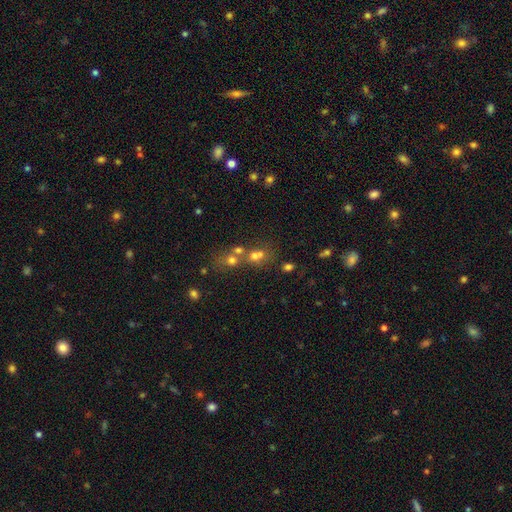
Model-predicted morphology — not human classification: smooth_or_featured: smooth (p=0.53) [alt: star or artifact p=0.28]
how_rounded: round (p=0.69) [alt: in between p=0.29]
merging: merger (p=0.50) [alt: none p=0.38]